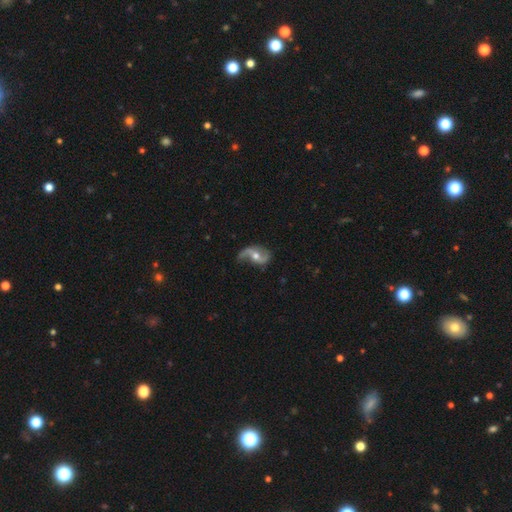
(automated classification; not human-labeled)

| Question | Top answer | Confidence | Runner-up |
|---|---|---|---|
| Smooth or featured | featured or disk | 84% | smooth (10%) |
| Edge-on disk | no | 96% | yes (4%) |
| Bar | no | 46% | weak (38%) |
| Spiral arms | yes | 94% | no (6%) |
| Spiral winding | loose | 77% | medium (18%) |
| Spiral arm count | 2 | 88% | 1 (7%) |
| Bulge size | moderate | 70% | small (22%) |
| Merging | none | 62% | minor disturbance (23%) |